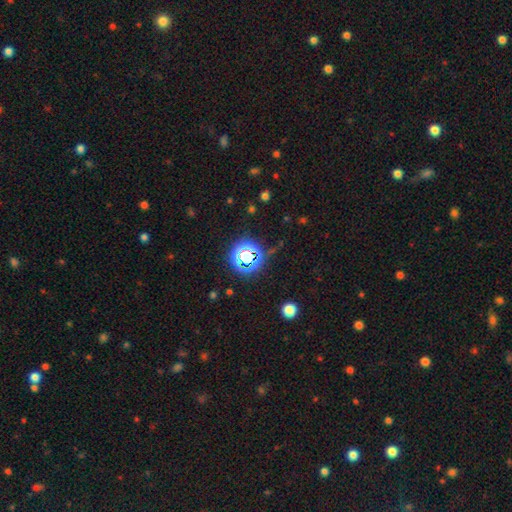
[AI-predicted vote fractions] This is likely a star or artifact rather than a galaxy (75%).